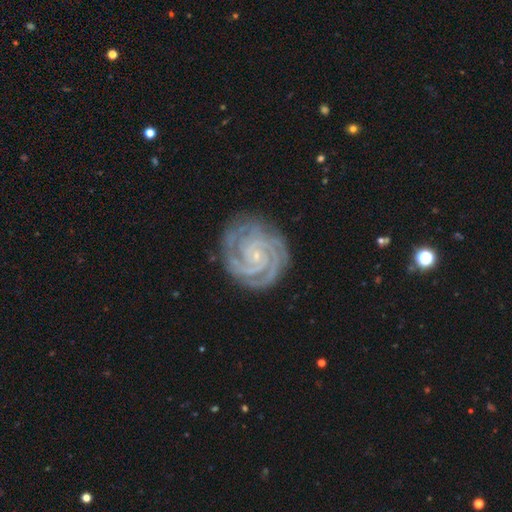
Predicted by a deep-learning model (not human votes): Morphology: type=featured or disk (91%); edge-on=no (98%); bar=no (70%); spiral arms=yes (99%); winding=tight (83%); arm count=2 (33%); bulge=small (86%); merging=none (81%).